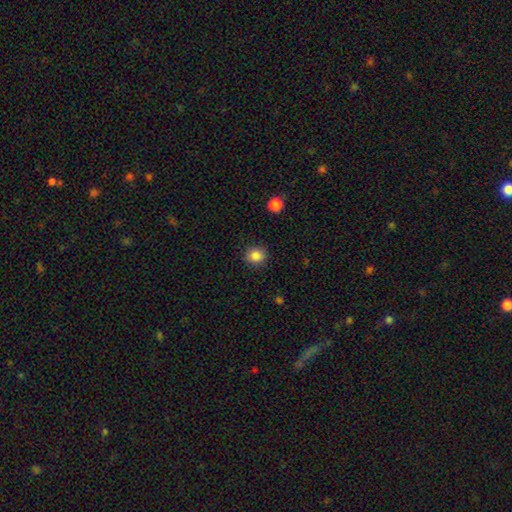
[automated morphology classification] type=smooth (86%); roundness=round (86%); merging=none (88%).